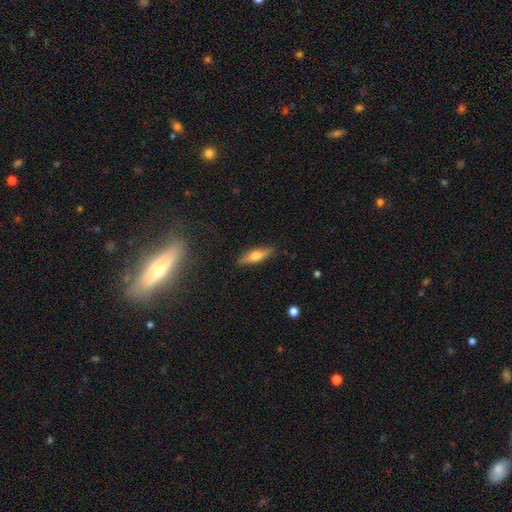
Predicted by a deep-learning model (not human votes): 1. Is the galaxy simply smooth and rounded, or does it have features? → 54% smooth, 40% featured or disk, 7% star or artifact.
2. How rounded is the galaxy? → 61% cigar-shaped, 37% in between, 3% round.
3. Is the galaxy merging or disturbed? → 88% none, 9% minor disturbance, 2% major disturbance, 1% merger.